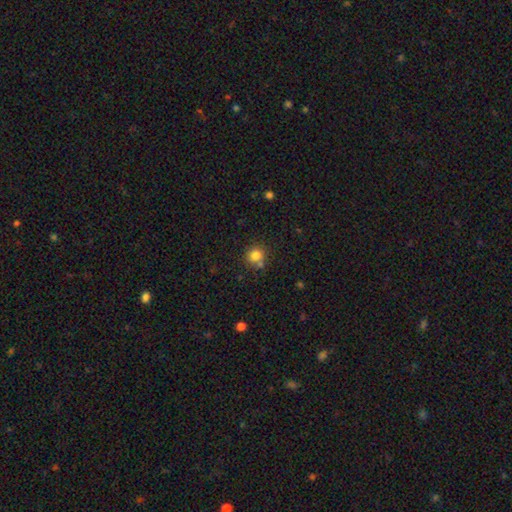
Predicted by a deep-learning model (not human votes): Smooth or featured?
  - smooth: 82% *
  - star or artifact: 12%
  - featured or disk: 6%
How rounded?
  - round: 89% *
  - in between: 10%
  - cigar-shaped: 1%
Merging?
  - none: 71% *
  - merger: 14%
  - minor disturbance: 12%
  - major disturbance: 3%